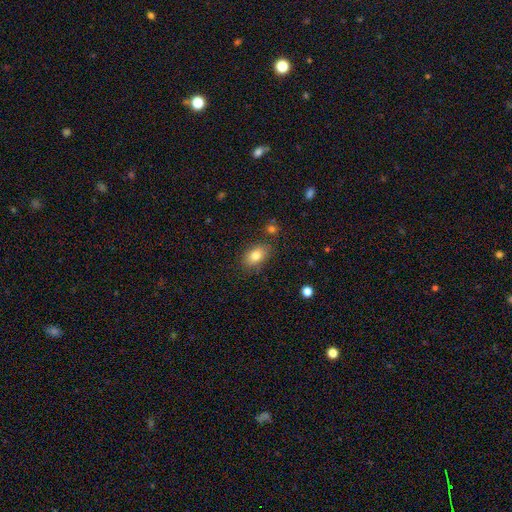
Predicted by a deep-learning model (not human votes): This appears to be a smooth galaxy with no disk features (80%) that is in between round and cigar-shaped (86%). Merging: none (80%).